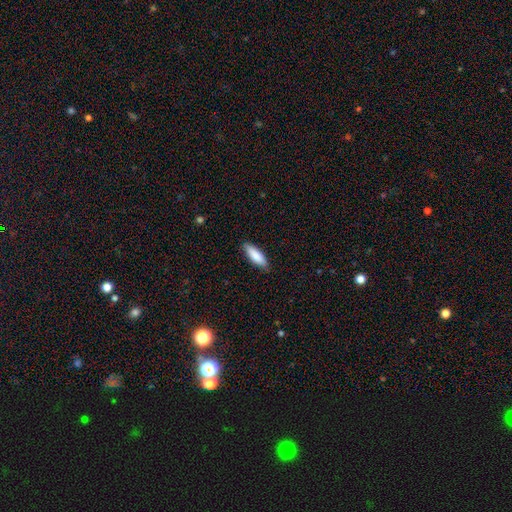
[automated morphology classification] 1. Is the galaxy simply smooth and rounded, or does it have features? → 87% smooth, 8% featured or disk, 5% star or artifact.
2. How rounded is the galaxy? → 56% in between, 42% cigar-shaped, 1% round.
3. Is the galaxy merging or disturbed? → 86% none, 11% minor disturbance, 2% major disturbance, 1% merger.